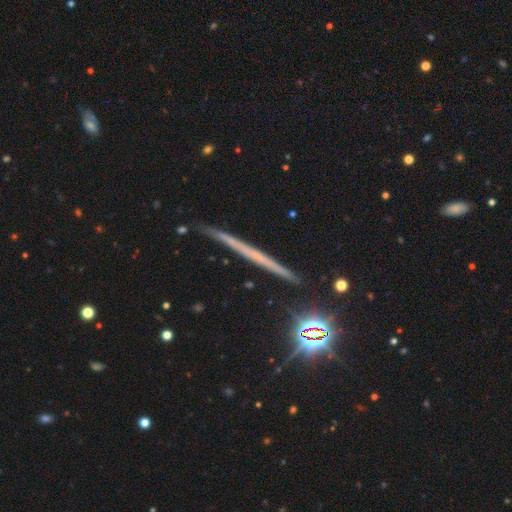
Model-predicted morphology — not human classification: smooth_or_featured: featured or disk (p=0.57) [alt: smooth p=0.28]
disk_edge_on: yes (p=0.97) [alt: no p=0.03]
edge_on_bulge: none (p=0.92) [alt: rounded p=0.06]
merging: none (p=0.89) [alt: minor disturbance p=0.07]